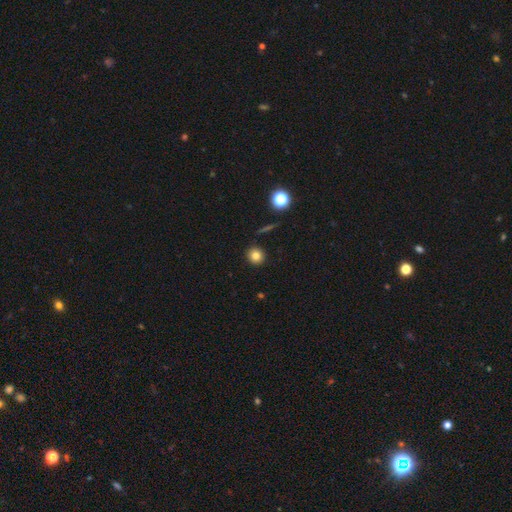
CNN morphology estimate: Smooth or featured? smooth (81%)
How rounded? round (91%)
Merging? none (91%)